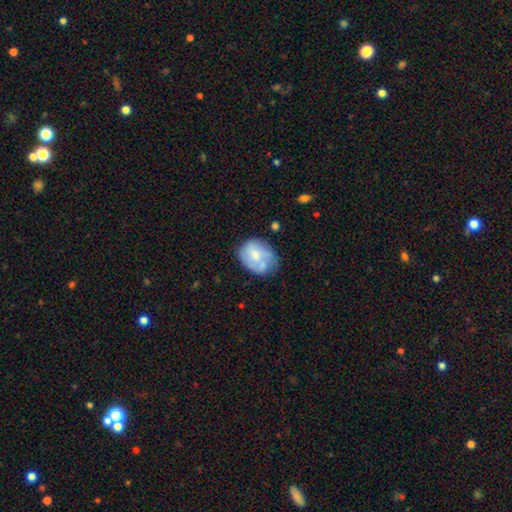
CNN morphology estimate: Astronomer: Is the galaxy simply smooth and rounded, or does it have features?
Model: featured or disk — 47% (runner-up: smooth, 46%).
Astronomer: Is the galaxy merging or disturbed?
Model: none — 50% (runner-up: minor disturbance, 30%).